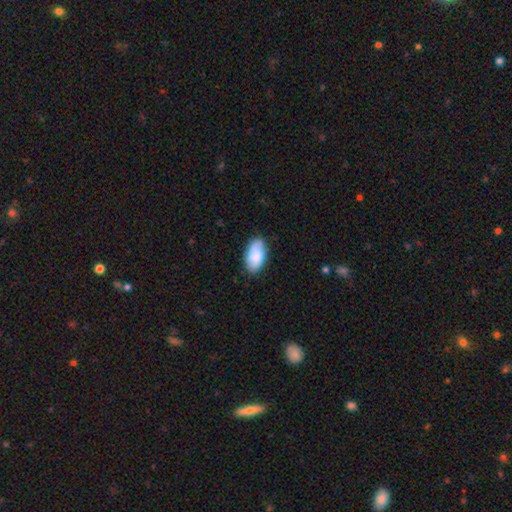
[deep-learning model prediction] smooth-or-featured: smooth: 80% | featured or disk: 14% | star or artifact: 6%
  how-rounded: in between: 95% | round: 3% | cigar-shaped: 2%
  merging: none: 79% | minor disturbance: 17% | major disturbance: 3% | merger: 1%